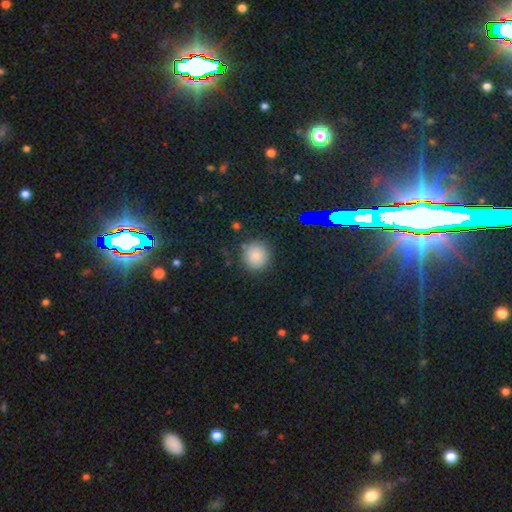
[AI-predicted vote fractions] Q: Smooth or featured?
A: smooth (80%); runner-up: star or artifact (14%)
Q: How rounded?
A: round (89%); runner-up: in between (10%)
Q: Merging?
A: none (84%); runner-up: minor disturbance (10%)